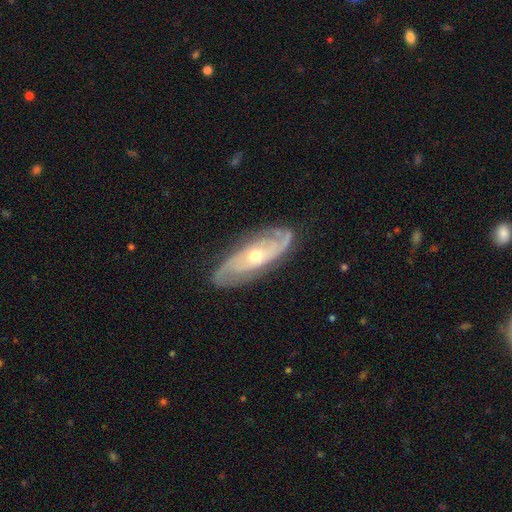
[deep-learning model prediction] Smooth or featured? featured or disk (85%)
Edge-on disk? no (87%)
Bar? no (73%)
Spiral arms? yes (92%)
Spiral winding? tight (48%)
Spiral arm count? 2 (62%)
Bulge size? moderate (66%)
Merging? none (79%)